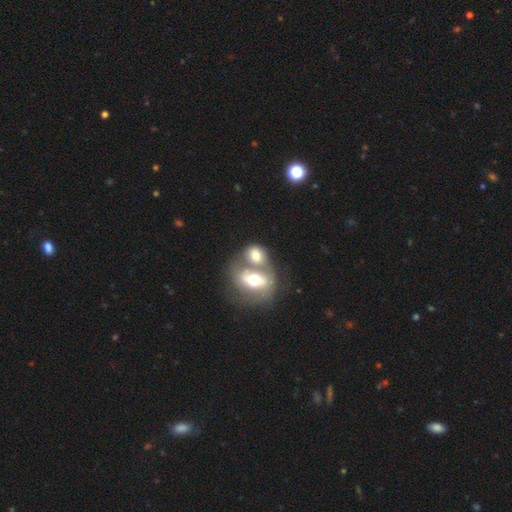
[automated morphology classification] The model was most divided on "how rounded": in between: 58%, round: 40%, cigar-shaped: 2%. More confident: merging — merger (66%); smooth or featured — smooth (61%).